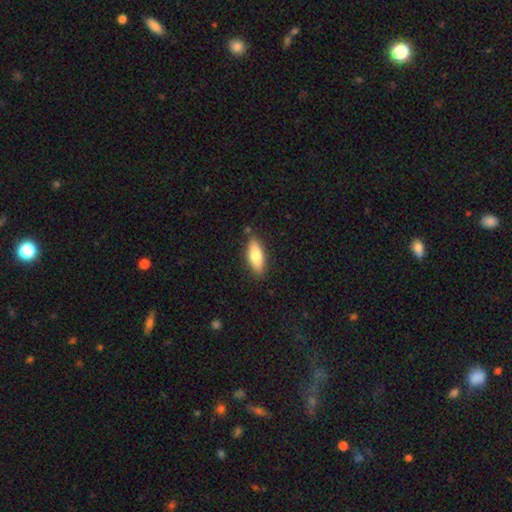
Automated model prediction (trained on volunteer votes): A smooth galaxy with no disk features (74%) that is in between round and cigar-shaped (63%). Merging: none (85%).